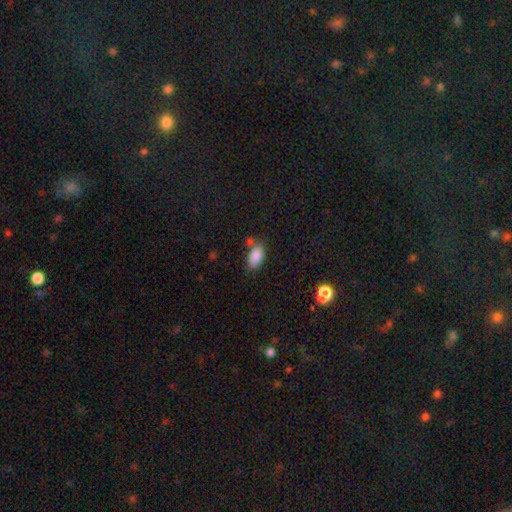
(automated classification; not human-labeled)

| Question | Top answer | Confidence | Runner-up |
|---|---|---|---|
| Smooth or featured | smooth | 86% | star or artifact (8%) |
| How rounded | in between | 92% | round (5%) |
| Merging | none | 65% | minor disturbance (19%) |